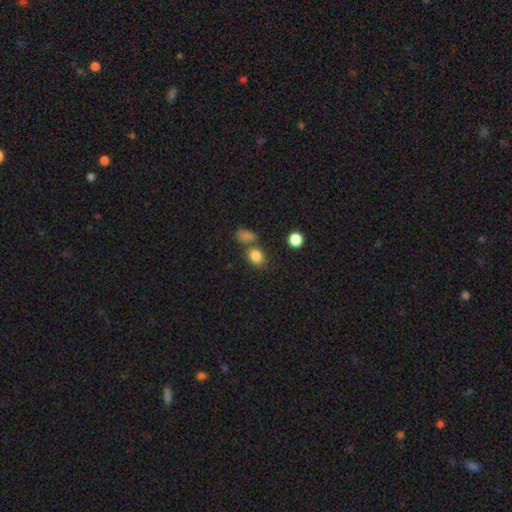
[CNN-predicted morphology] A smooth galaxy with no disk features (83%) that is round (50%). Merging: none (61%).